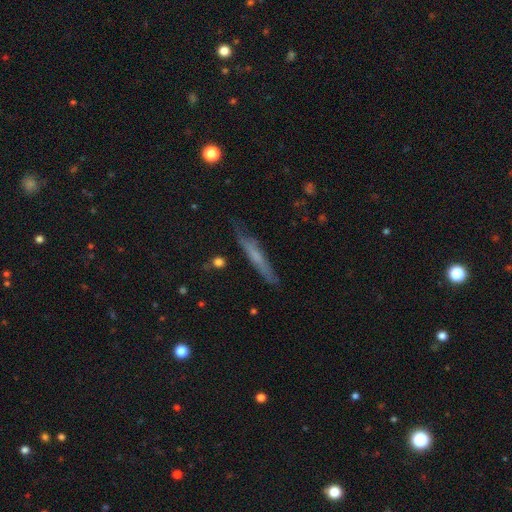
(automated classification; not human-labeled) Smooth or featured: smooth — 47% (featured or disk — 45%)
Merging: none — 77% (minor disturbance — 17%)